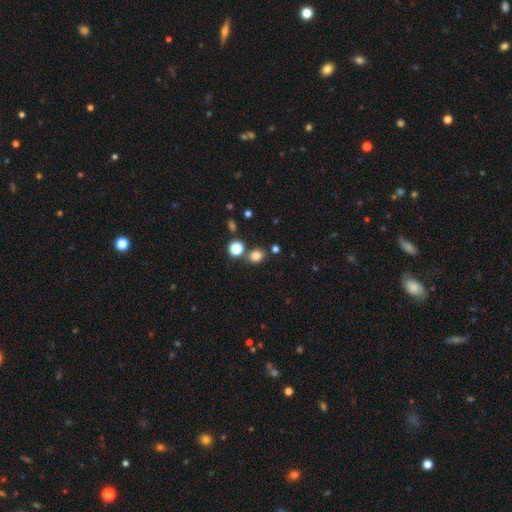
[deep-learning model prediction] Smooth or featured: smooth — 79% (star or artifact — 16%)
How rounded: round — 75% (in between — 24%)
Merging: none — 74% (merger — 13%)